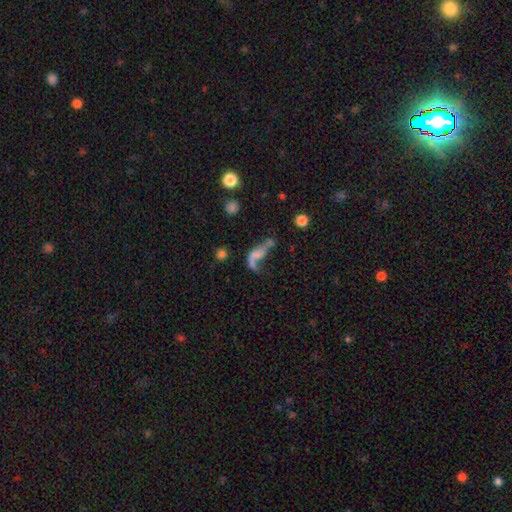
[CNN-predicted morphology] Smooth or featured? Predicted: featured or disk (p=0.48). Merging? Predicted: major disturbance (p=0.37).